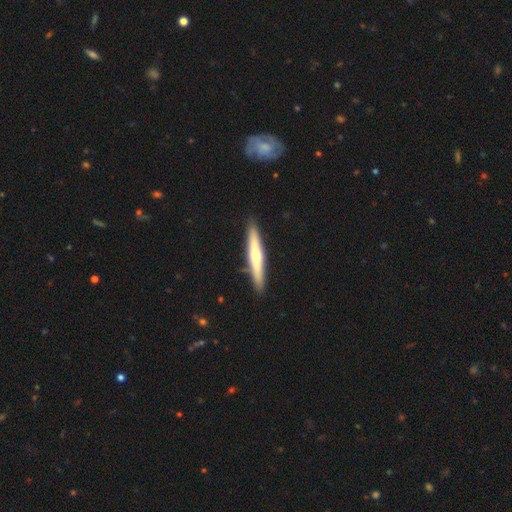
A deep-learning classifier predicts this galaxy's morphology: This appears to be a featured or disk galaxy (50%) viewed edge-on (94%). Merging: none (90%).